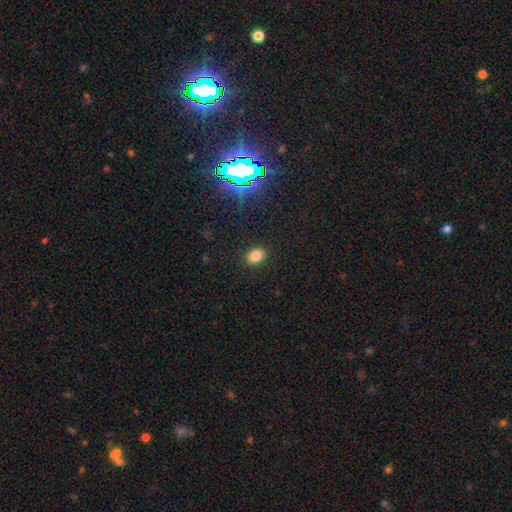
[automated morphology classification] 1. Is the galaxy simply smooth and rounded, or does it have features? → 80% smooth, 14% star or artifact, 6% featured or disk.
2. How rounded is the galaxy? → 72% in between, 27% round, 1% cigar-shaped.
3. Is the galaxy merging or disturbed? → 89% none, 8% minor disturbance, 2% major disturbance, 1% merger.